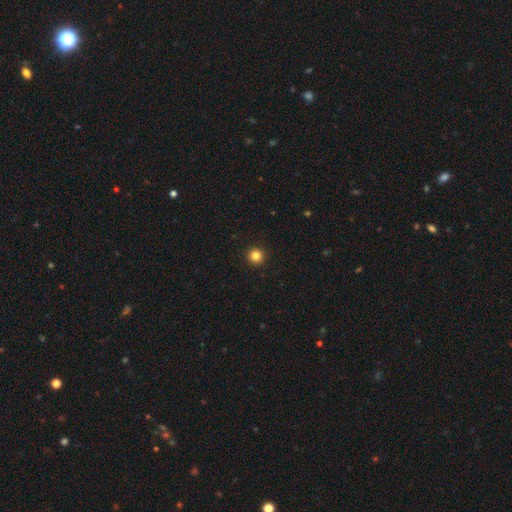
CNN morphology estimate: Smooth or featured?
  - smooth: 83% *
  - star or artifact: 13%
  - featured or disk: 4%
How rounded?
  - round: 96% *
  - in between: 3%
  - cigar-shaped: 1%
Merging?
  - none: 94% *
  - minor disturbance: 4%
  - major disturbance: 1%
  - merger: 1%